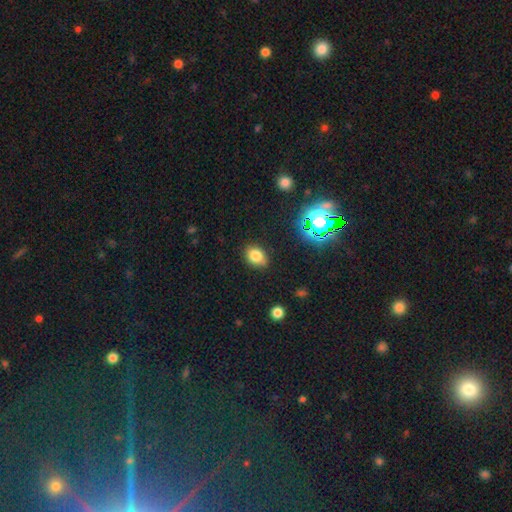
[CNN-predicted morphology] Smooth or featured? smooth (79%)
How rounded? in between (69%)
Merging? none (82%)